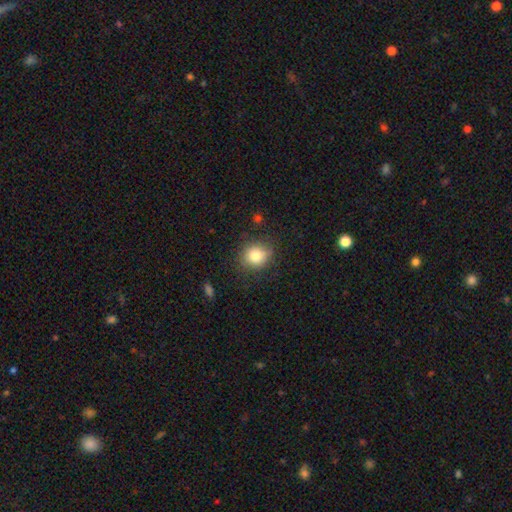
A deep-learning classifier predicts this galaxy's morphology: The model was most divided on "how rounded": round: 77%, in between: 22%, cigar-shaped: 1%. More confident: merging — none (82%); smooth or featured — smooth (81%).